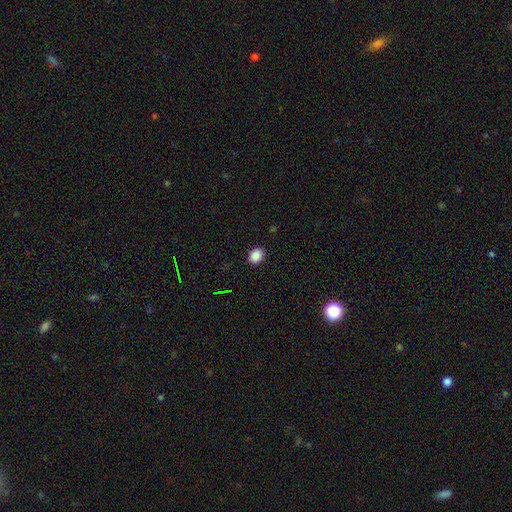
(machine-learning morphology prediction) Smooth or featured? smooth (87%)
How rounded? in between (61%)
Merging? none (89%)